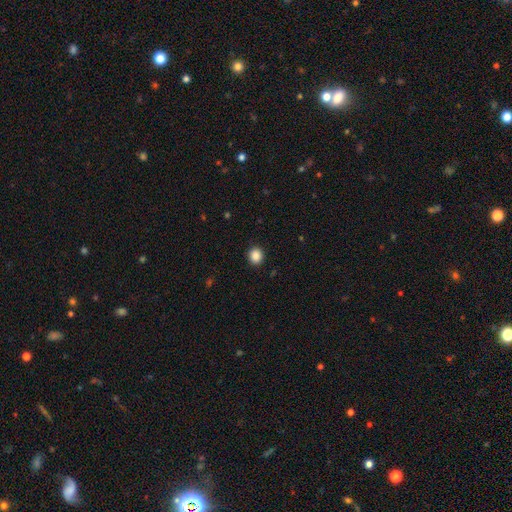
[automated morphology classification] Q: Smooth or featured?
A: smooth (87%); runner-up: star or artifact (10%)
Q: How rounded?
A: round (85%); runner-up: in between (14%)
Q: Merging?
A: none (92%); runner-up: minor disturbance (5%)